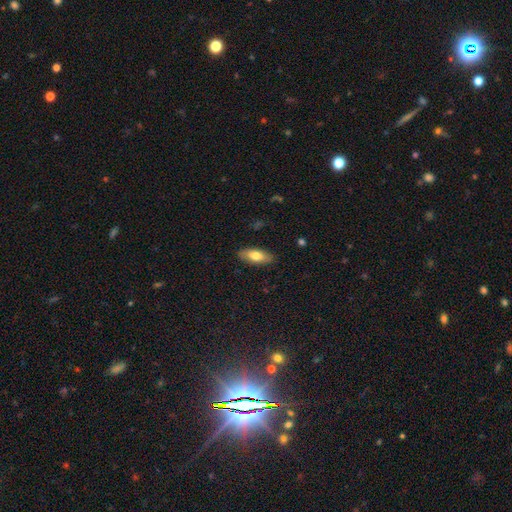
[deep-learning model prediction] The model was most divided on "smooth or featured": smooth: 74%, featured or disk: 20%, star or artifact: 6%. More confident: merging — none (86%); how rounded — in between (77%).